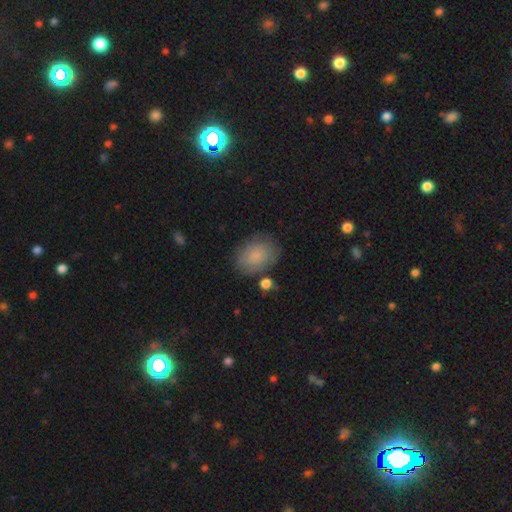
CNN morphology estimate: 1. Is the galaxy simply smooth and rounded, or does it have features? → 80% smooth, 12% featured or disk, 8% star or artifact.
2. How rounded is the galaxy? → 69% in between, 30% round, 1% cigar-shaped.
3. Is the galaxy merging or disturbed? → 74% none, 16% minor disturbance, 5% major disturbance, 4% merger.